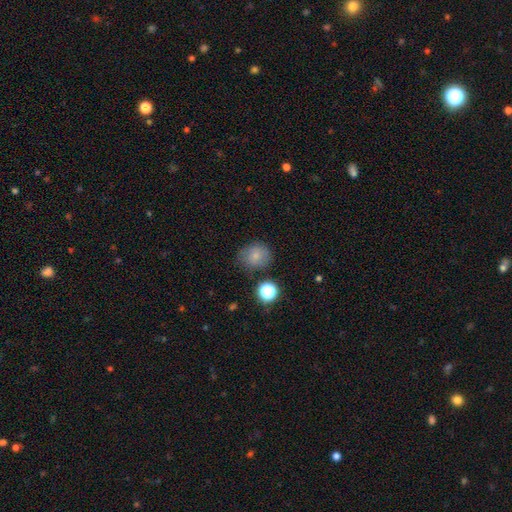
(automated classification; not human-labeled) smooth 77%, star or artifact 13%, featured or disk 11%. Down the decision tree: how rounded — round (75%); merging — none (71%).